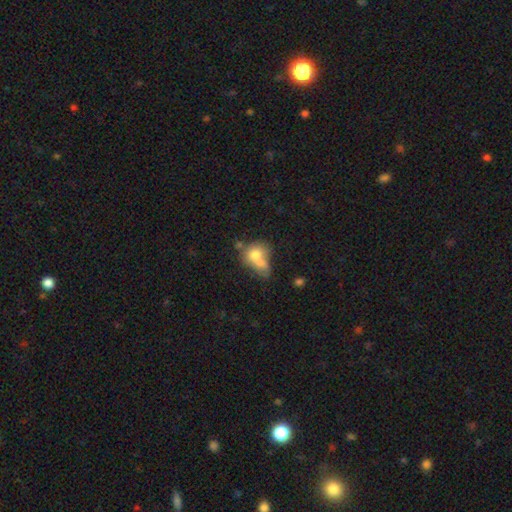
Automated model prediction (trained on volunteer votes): smooth_or_featured: smooth (p=0.70) [alt: featured or disk p=0.21]
how_rounded: in between (p=0.51) [alt: round p=0.47]
merging: merger (p=0.58) [alt: none p=0.20]